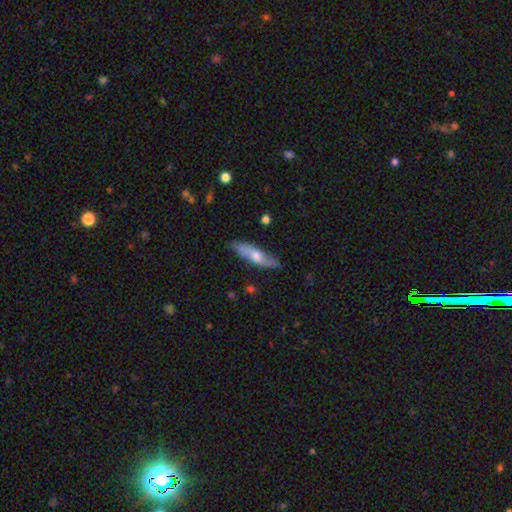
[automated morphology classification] Q: Smooth or featured?
A: smooth (51%); runner-up: featured or disk (44%)
Q: How rounded?
A: cigar-shaped (72%); runner-up: in between (25%)
Q: Merging?
A: none (83%); runner-up: minor disturbance (14%)